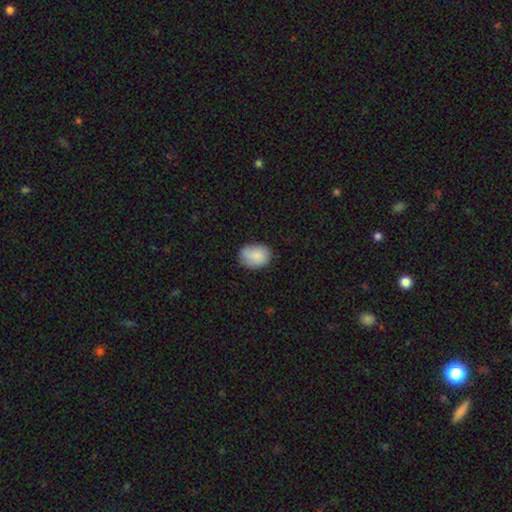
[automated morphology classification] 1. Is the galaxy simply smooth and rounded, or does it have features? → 85% smooth, 8% featured or disk, 7% star or artifact.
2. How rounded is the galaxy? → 69% in between, 30% round, 1% cigar-shaped.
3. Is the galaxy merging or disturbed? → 73% none, 21% minor disturbance, 4% major disturbance, 1% merger.